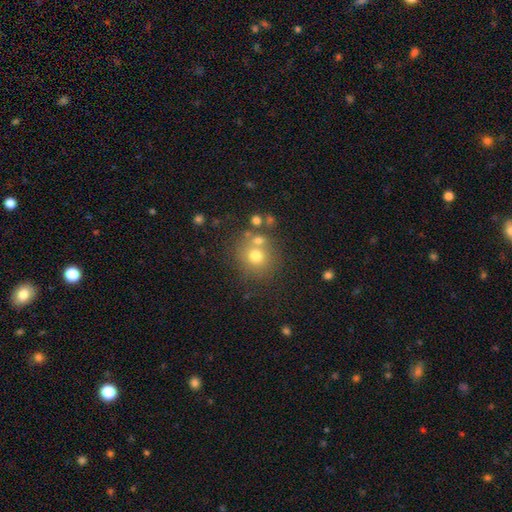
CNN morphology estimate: Overall: smooth (71%). How rounded: round (88%). Merging: none (66%).